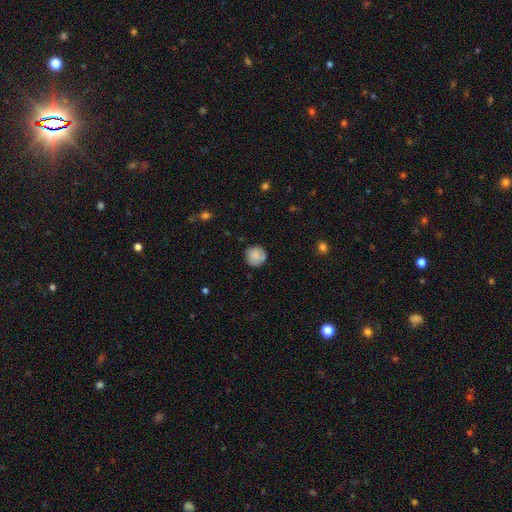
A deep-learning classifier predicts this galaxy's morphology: smooth 79%, featured or disk 14%, star or artifact 8%. Down the decision tree: how rounded — round (92%); merging — none (78%).